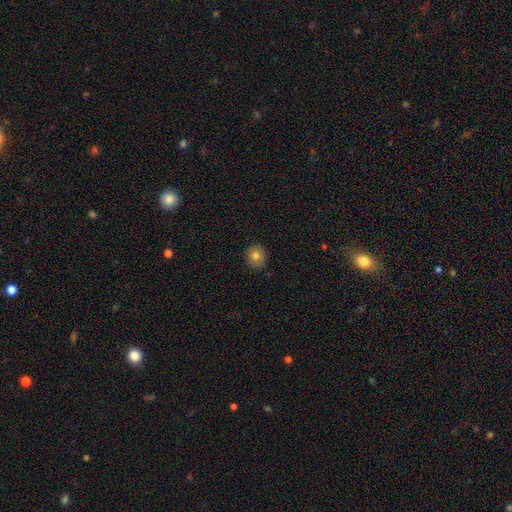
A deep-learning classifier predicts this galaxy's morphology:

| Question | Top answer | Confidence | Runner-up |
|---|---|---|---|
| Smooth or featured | smooth | 78% | featured or disk (11%) |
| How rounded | round | 85% | in between (14%) |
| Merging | none | 89% | minor disturbance (8%) |